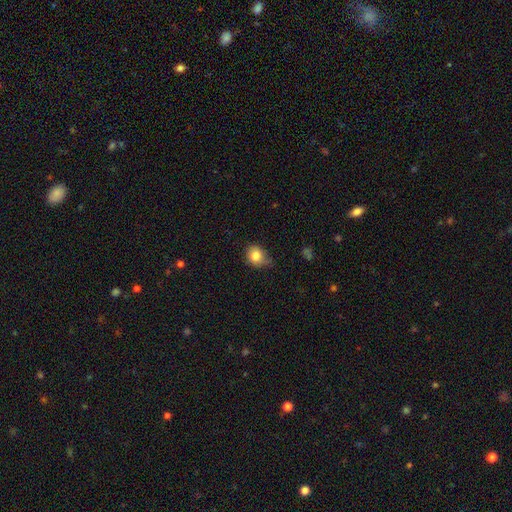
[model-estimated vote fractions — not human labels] Smooth or featured?
  - smooth: 81% *
  - star or artifact: 10%
  - featured or disk: 9%
How rounded?
  - round: 62% *
  - in between: 37%
  - cigar-shaped: 1%
Merging?
  - none: 57% *
  - minor disturbance: 34%
  - major disturbance: 7%
  - merger: 2%